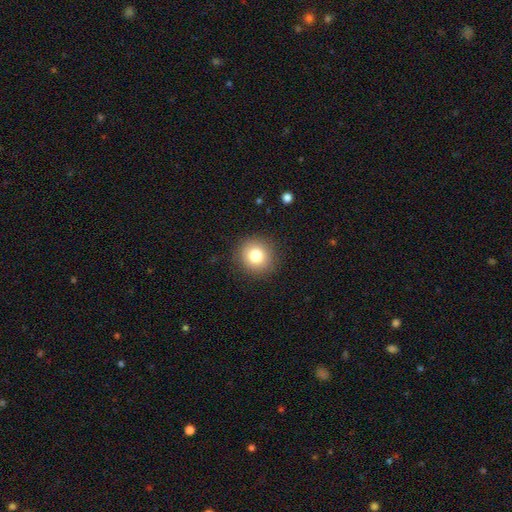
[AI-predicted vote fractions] Q: Smooth or featured?
A: smooth (80%); runner-up: star or artifact (11%)
Q: How rounded?
A: round (91%); runner-up: in between (8%)
Q: Merging?
A: none (90%); runner-up: minor disturbance (7%)